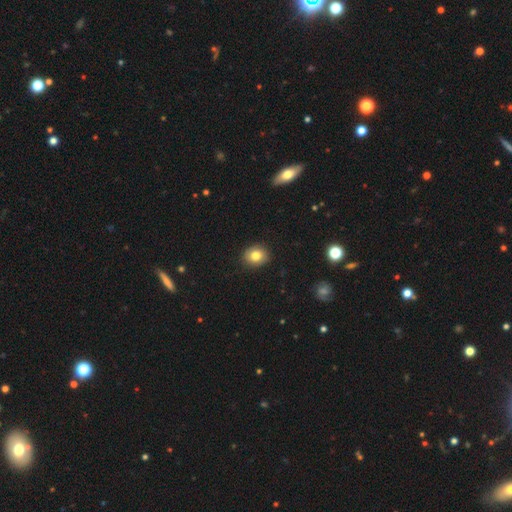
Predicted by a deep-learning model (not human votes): Morphology: type=smooth (80%); roundness=round (62%); merging=none (89%).